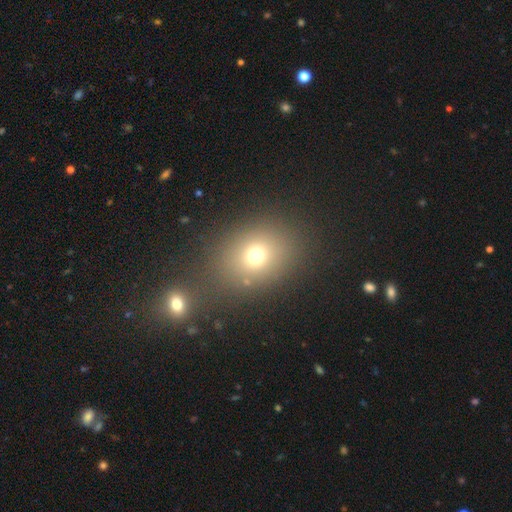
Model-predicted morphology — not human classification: Overall: smooth (70%). How rounded: round (50%; in between 49%). Merging: none (63%).